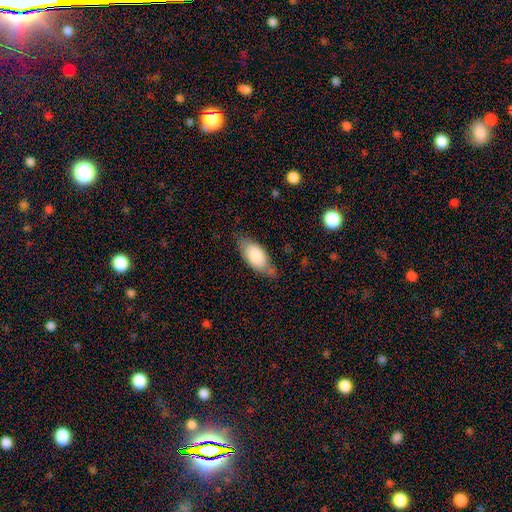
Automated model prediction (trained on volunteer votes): smooth_or_featured: smooth (p=0.78) [alt: featured or disk p=0.15]
how_rounded: in between (p=0.88) [alt: cigar-shaped p=0.10]
merging: none (p=0.65) [alt: minor disturbance p=0.26]